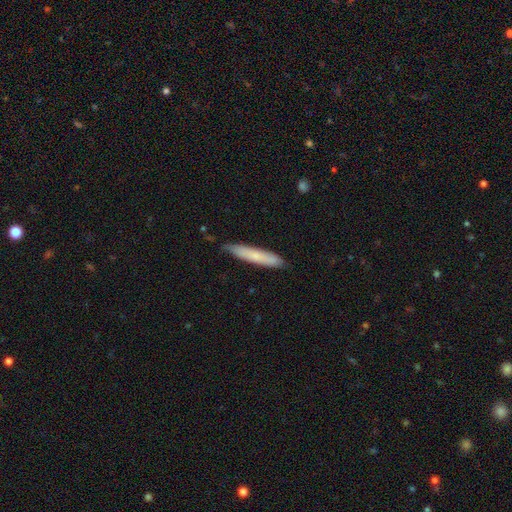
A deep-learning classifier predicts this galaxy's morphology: The model was most divided on "smooth or featured": smooth: 68%, featured or disk: 26%, star or artifact: 6%. More confident: how rounded — cigar-shaped (91%); merging — none (80%).